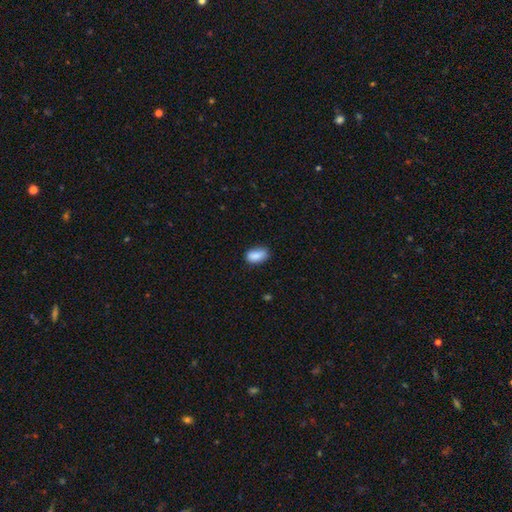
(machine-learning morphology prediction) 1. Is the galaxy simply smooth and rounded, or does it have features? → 88% smooth, 8% star or artifact, 5% featured or disk.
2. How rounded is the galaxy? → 90% in between, 6% round, 3% cigar-shaped.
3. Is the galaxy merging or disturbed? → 73% none, 22% minor disturbance, 4% major disturbance, 2% merger.